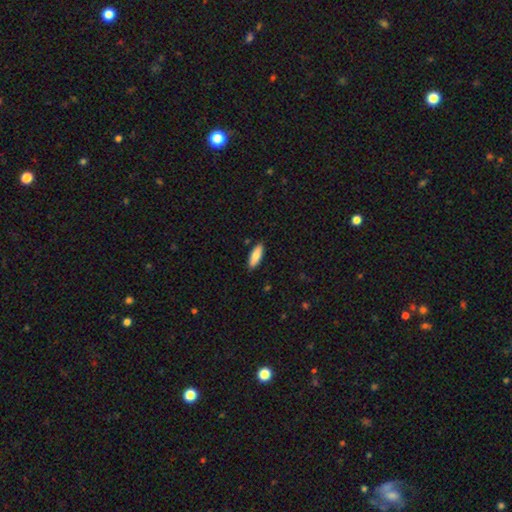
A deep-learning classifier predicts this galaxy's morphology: This is clearly a smooth galaxy (83%). How rounded: likely in between (68%). Merging: clearly none (88%).